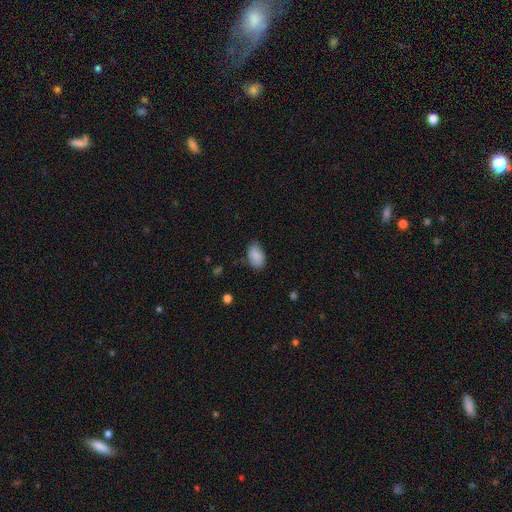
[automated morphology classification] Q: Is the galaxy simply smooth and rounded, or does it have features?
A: smooth — 88%.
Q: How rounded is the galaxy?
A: in between — 91%.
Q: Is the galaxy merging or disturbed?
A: none — 73%.